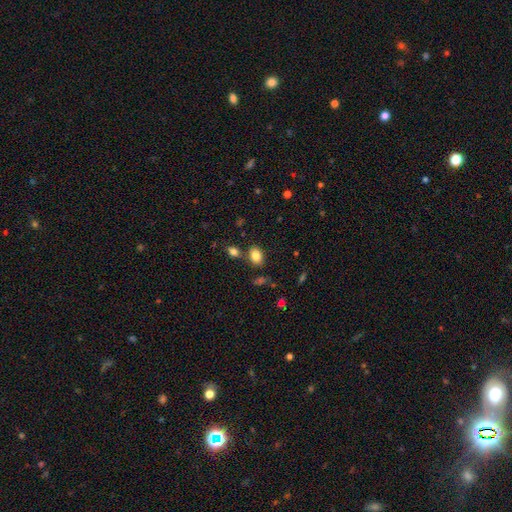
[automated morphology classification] type=smooth (84%); roundness=in between (71%); merging=none (75%).